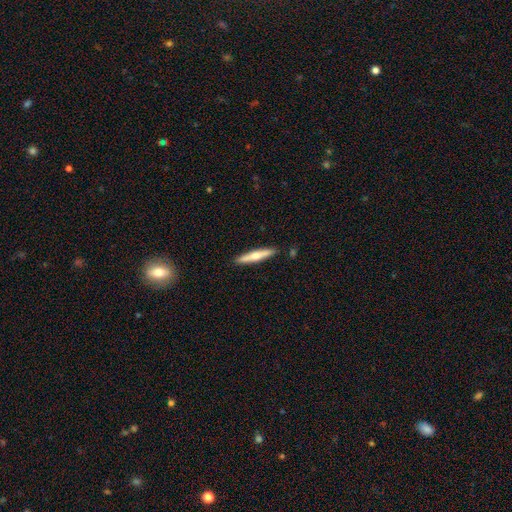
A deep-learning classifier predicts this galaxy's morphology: Smooth or featured?
  - smooth: 49% *
  - featured or disk: 46%
  - star or artifact: 5%
Merging?
  - none: 89% *
  - minor disturbance: 8%
  - merger: 2%
  - major disturbance: 2%